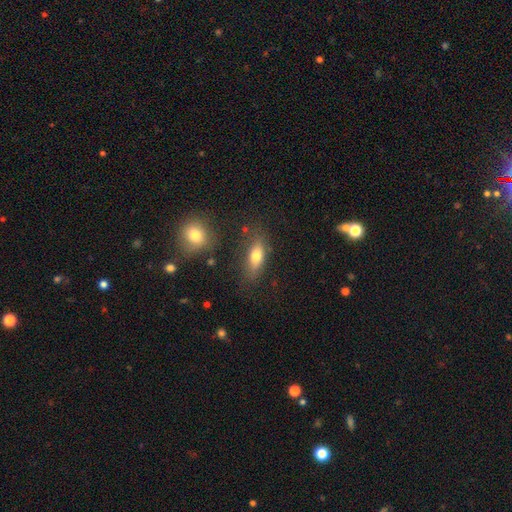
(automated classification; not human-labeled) Smooth or featured: smooth — 71% (featured or disk — 19%)
How rounded: in between — 70% (cigar-shaped — 23%)
Merging: none — 74% (minor disturbance — 16%)